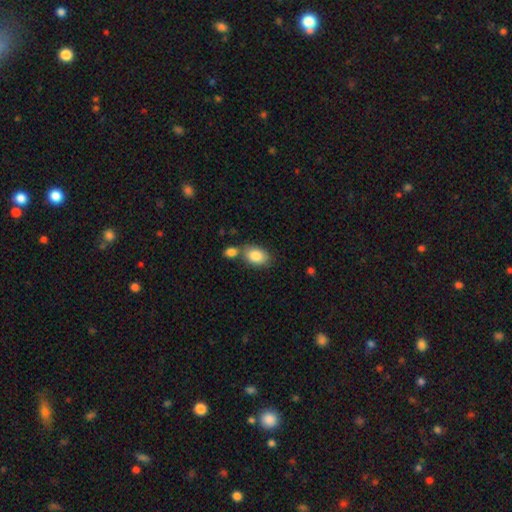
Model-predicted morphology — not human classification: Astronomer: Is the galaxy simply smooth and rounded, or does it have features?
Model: smooth — 85%.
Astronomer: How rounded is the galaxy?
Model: in between — 85%.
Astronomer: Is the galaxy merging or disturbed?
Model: none — 55%.